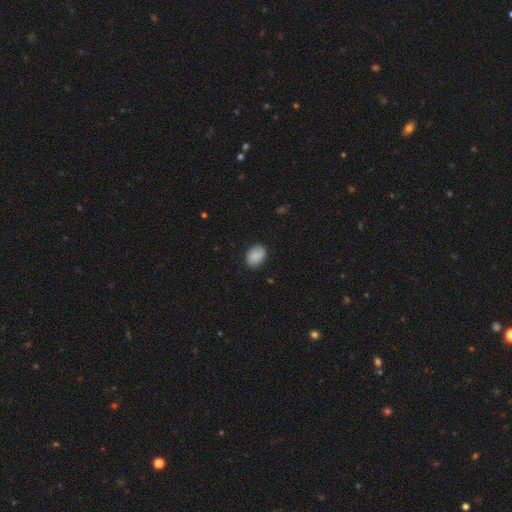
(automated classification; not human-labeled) smooth 88%, star or artifact 7%, featured or disk 5%. Down the decision tree: how rounded — in between (75%); merging — none (85%).